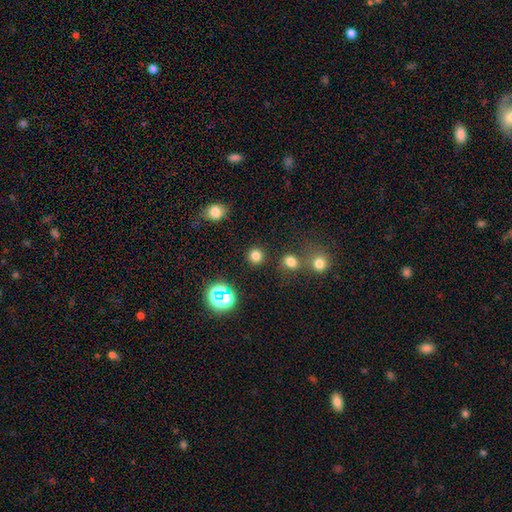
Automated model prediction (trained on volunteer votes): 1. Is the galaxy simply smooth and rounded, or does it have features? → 76% smooth, 19% star or artifact, 5% featured or disk.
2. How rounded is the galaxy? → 91% round, 8% in between, 1% cigar-shaped.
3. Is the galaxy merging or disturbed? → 86% none, 6% minor disturbance, 5% merger, 3% major disturbance.